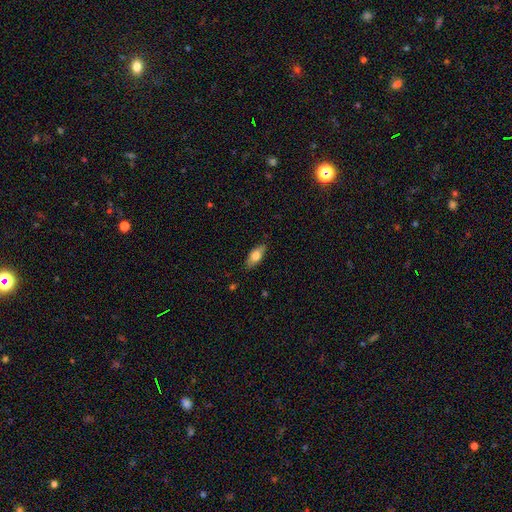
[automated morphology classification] smooth_or_featured: smooth (p=0.69) [alt: featured or disk p=0.24]
how_rounded: in between (p=0.77) [alt: cigar-shaped p=0.20]
merging: none (p=0.84) [alt: minor disturbance p=0.13]